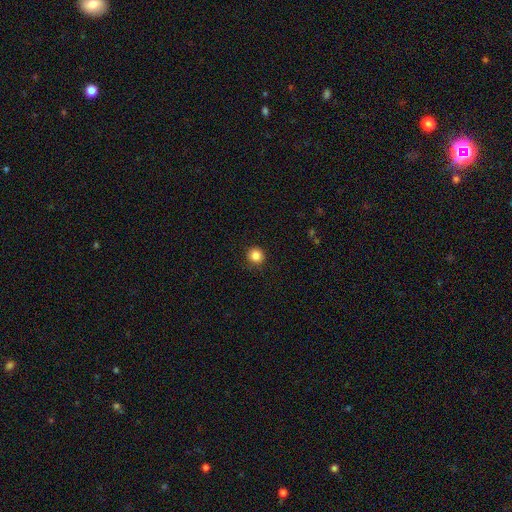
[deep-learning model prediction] A smooth galaxy with no disk features (85%) that is round (94%).

Vote fractions:
- Smooth or featured? smooth: 85% / star or artifact: 11% / featured or disk: 4%
- How rounded? round: 94% / in between: 5% / cigar-shaped: 1%
- Merging? none: 91% / minor disturbance: 6% / major disturbance: 2% / merger: 1%